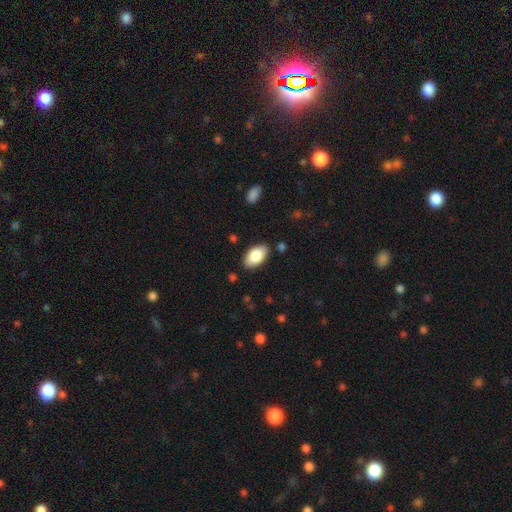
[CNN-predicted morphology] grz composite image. It shows a smooth galaxy with no disk features (85%) that is in between round and cigar-shaped (95%). Merging: none (86%).